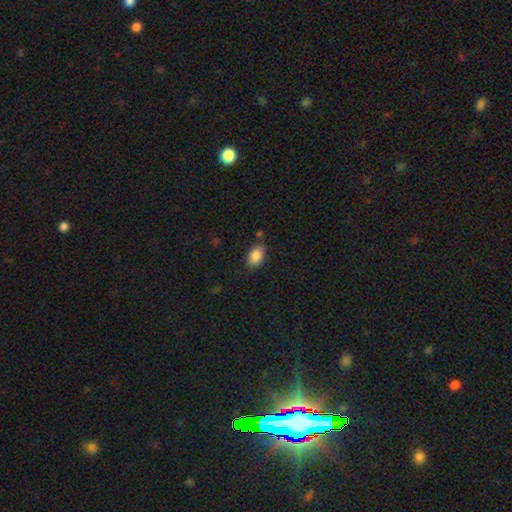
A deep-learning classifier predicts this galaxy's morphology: Q: Smooth or featured?
A: smooth (88%); runner-up: star or artifact (8%)
Q: How rounded?
A: in between (87%); runner-up: round (11%)
Q: Merging?
A: none (79%); runner-up: minor disturbance (15%)